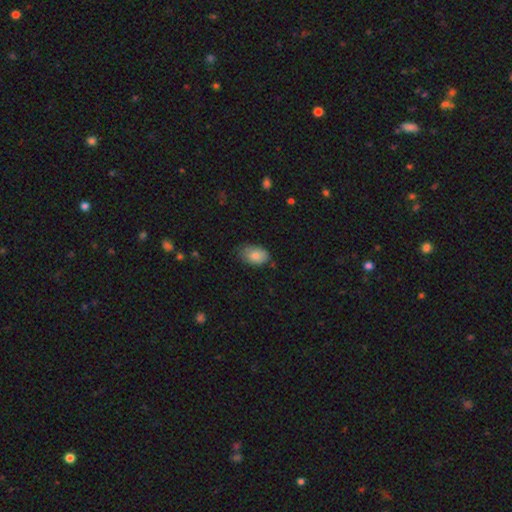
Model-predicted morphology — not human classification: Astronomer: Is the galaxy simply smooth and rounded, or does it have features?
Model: smooth — 82%.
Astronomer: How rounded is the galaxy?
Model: in between — 90%.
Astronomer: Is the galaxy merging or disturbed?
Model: none — 64%.